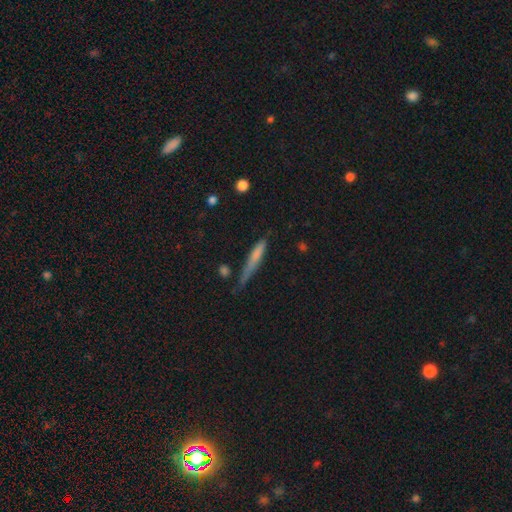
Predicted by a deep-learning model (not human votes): smooth_or_featured: smooth (p=0.68) [alt: featured or disk p=0.24]
how_rounded: cigar-shaped (p=0.91) [alt: in between p=0.07]
merging: none (p=0.55) [alt: minor disturbance p=0.30]